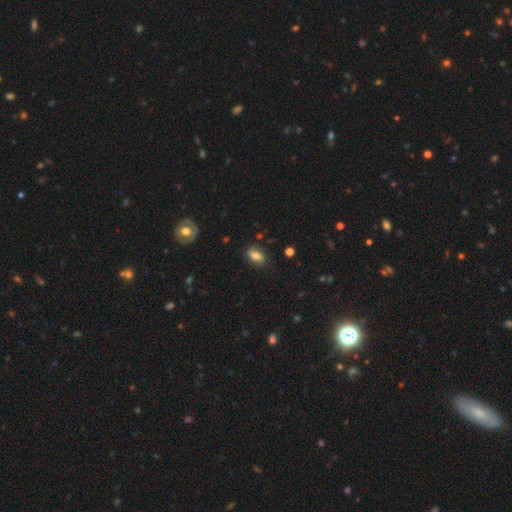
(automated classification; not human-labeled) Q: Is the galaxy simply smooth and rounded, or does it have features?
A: smooth — 75%.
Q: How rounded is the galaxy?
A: in between — 85%.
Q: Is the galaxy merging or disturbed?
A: none — 77%.